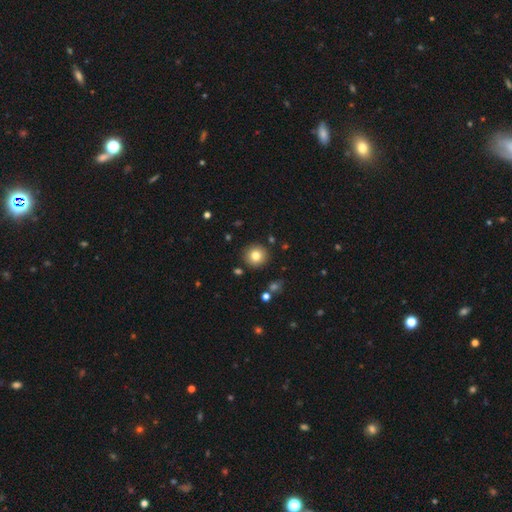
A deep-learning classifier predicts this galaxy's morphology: smooth 79%, star or artifact 11%, featured or disk 10%. Down the decision tree: how rounded — round (94%); merging — none (90%).